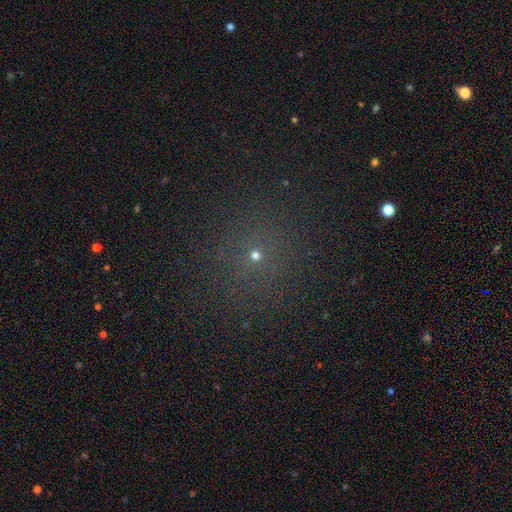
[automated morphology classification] smooth-or-featured: smooth: 53% | star or artifact: 35% | featured or disk: 12%
  how-rounded: round: 91% | in between: 8% | cigar-shaped: 1%
  merging: none: 85% | minor disturbance: 9% | major disturbance: 4% | merger: 2%